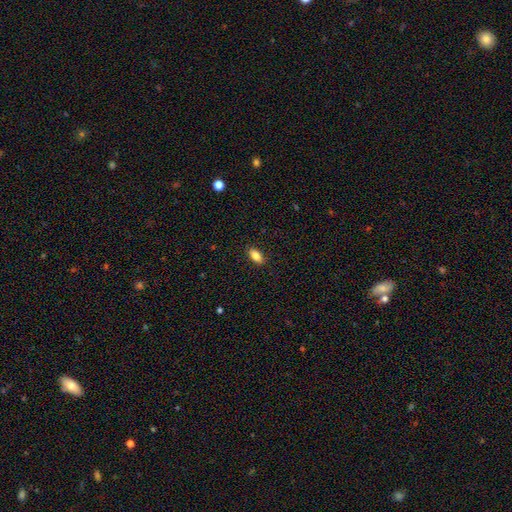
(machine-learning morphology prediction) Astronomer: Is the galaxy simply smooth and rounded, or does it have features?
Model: smooth — 84%.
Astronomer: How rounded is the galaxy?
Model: in between — 88%.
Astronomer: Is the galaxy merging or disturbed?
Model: none — 89%.